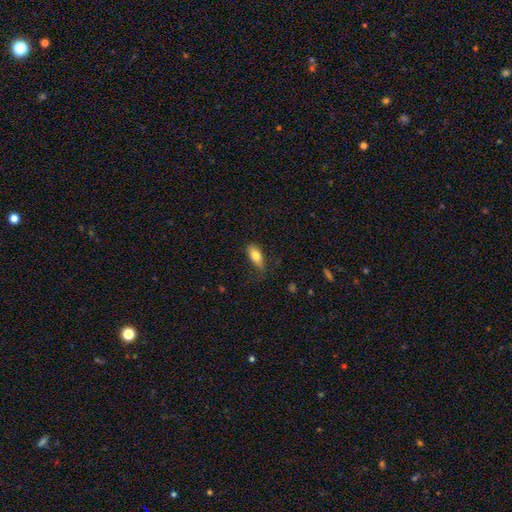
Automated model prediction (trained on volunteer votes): Smooth or featured?
  - smooth: 77% *
  - featured or disk: 16%
  - star or artifact: 7%
How rounded?
  - in between: 82% *
  - cigar-shaped: 15%
  - round: 3%
Merging?
  - none: 65% *
  - minor disturbance: 26%
  - major disturbance: 8%
  - merger: 1%